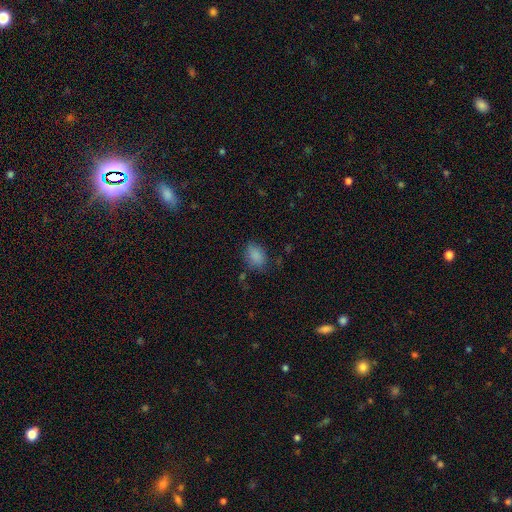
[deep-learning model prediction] Q: Smooth or featured?
A: smooth (85%); runner-up: star or artifact (10%)
Q: How rounded?
A: in between (78%); runner-up: round (20%)
Q: Merging?
A: none (71%); runner-up: minor disturbance (20%)